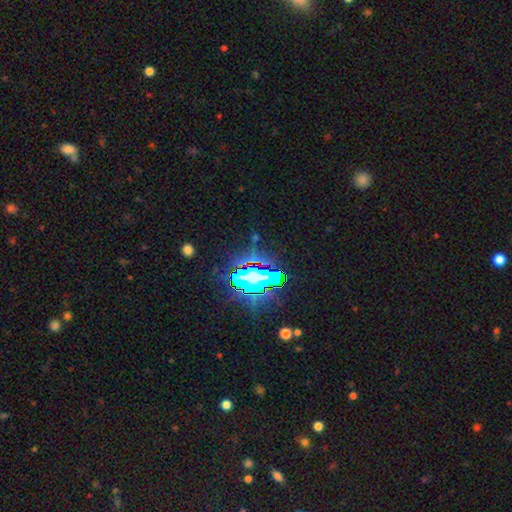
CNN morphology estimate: Smooth or featured?
  - star or artifact: 82% *
  - smooth: 11%
  - featured or disk: 7%